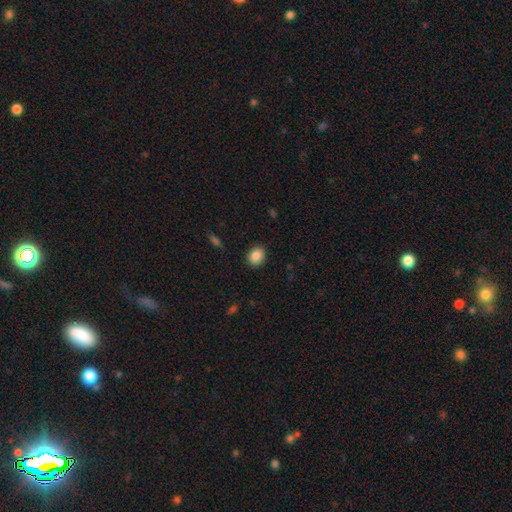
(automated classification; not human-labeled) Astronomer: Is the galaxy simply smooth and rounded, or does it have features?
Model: smooth — 87%.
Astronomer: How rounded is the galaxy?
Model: in between — 50% (runner-up: round, 49%).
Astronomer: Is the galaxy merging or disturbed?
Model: none — 89%.